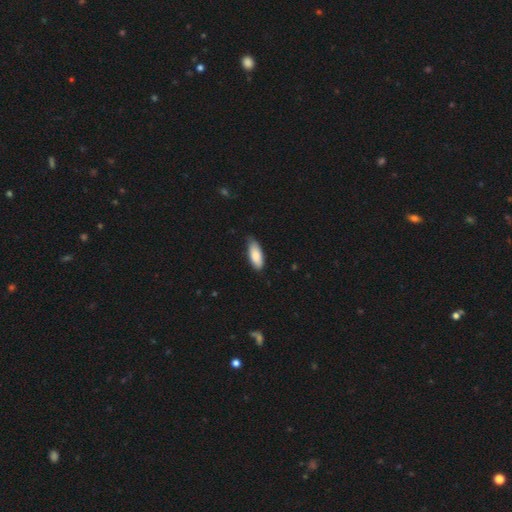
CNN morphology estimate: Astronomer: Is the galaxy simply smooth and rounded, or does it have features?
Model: smooth — 84%.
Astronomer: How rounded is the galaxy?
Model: in between — 80%.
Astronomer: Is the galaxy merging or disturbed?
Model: none — 74%.